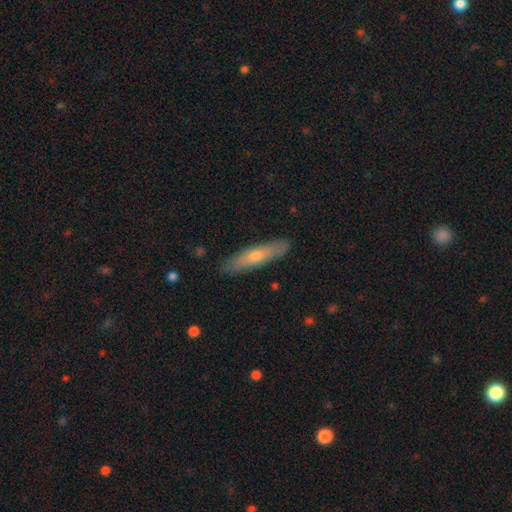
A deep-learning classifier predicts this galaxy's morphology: Q: Smooth or featured?
A: smooth (57%); runner-up: featured or disk (37%)
Q: How rounded?
A: cigar-shaped (81%); runner-up: in between (17%)
Q: Merging?
A: none (88%); runner-up: minor disturbance (9%)